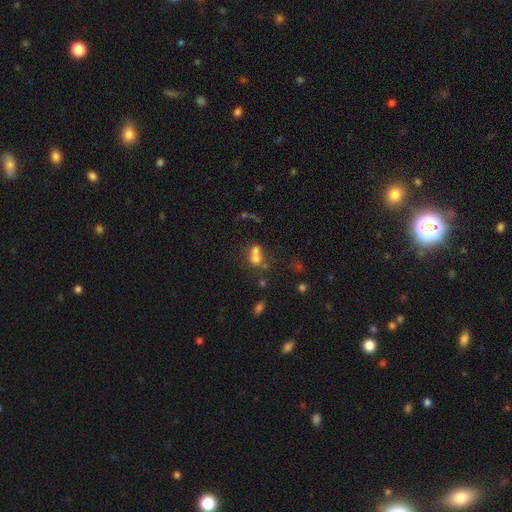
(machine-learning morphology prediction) Smooth or featured? Predicted: smooth (p=0.62). How rounded? Predicted: round (p=0.64). Merging? Predicted: merger (p=0.62).